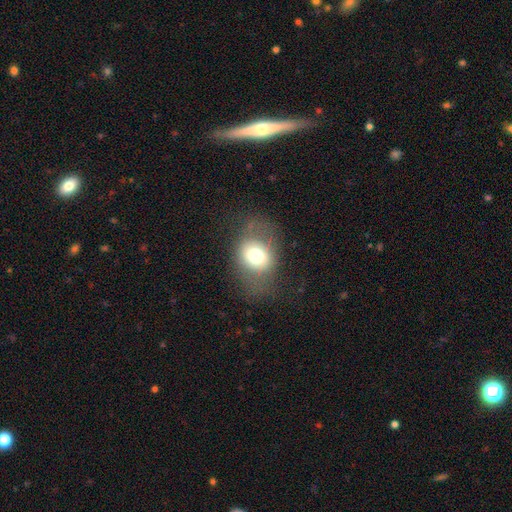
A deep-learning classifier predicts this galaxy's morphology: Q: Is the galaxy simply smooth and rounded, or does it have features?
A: smooth — 63%.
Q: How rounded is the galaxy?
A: in between — 51%.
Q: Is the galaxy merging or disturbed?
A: none — 62%.